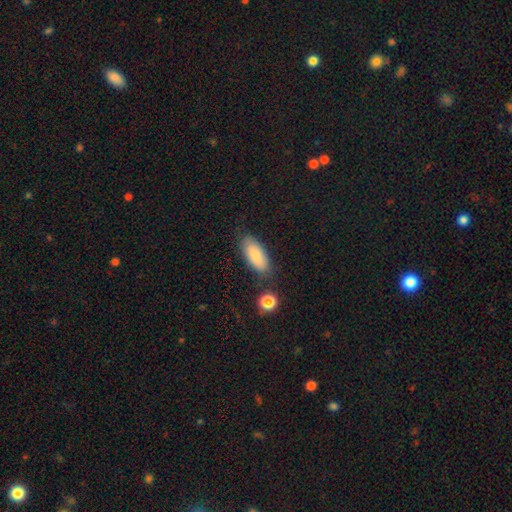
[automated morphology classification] Overall: smooth (85%). How rounded: in between (85%). Merging: none (76%).